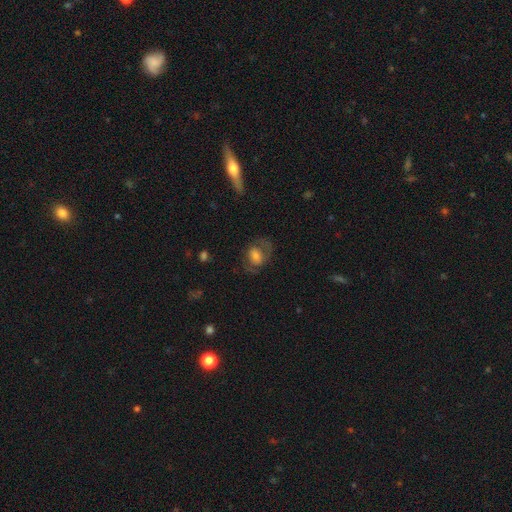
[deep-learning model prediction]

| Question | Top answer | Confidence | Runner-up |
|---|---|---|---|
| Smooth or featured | smooth | 51% | featured or disk (40%) |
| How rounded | in between | 61% | round (38%) |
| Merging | none | 59% | major disturbance (20%) |